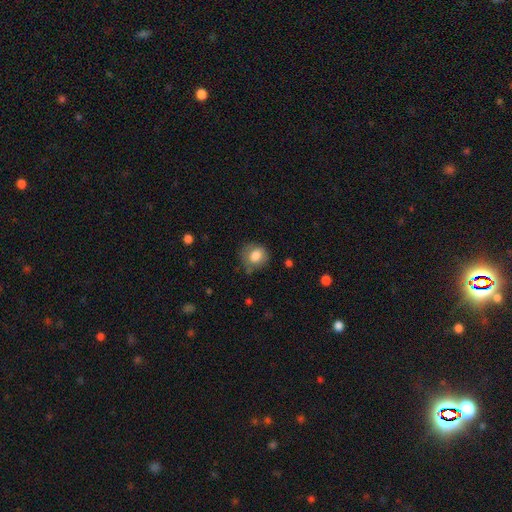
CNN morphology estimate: This appears to be a smooth galaxy with no disk features (80%) that is round (74%). Merging: none (65%).